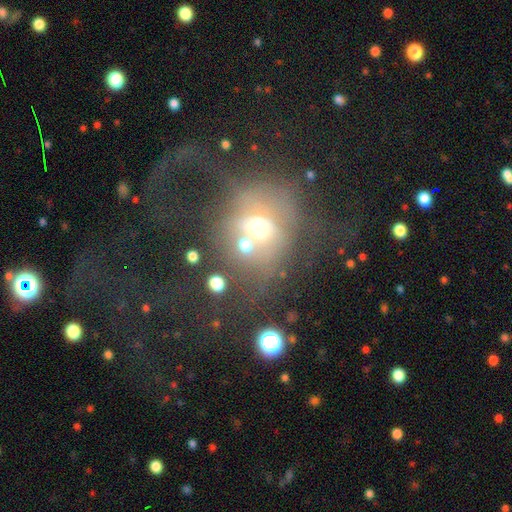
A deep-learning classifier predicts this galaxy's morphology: smooth_or_featured: smooth (p=0.46) [alt: featured or disk p=0.34]
merging: major disturbance (p=0.42) [alt: none p=0.24]